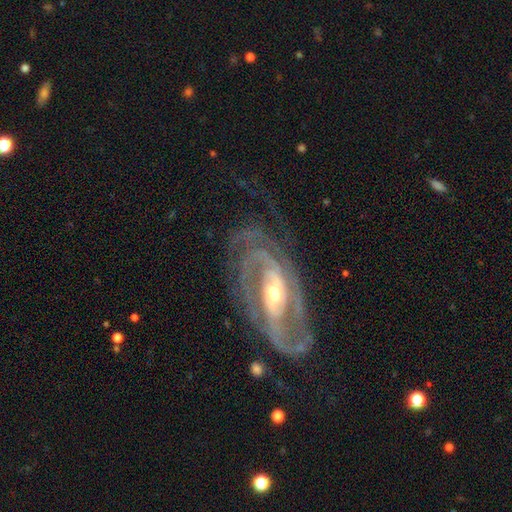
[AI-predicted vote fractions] smooth-or-featured: featured or disk: 91% | star or artifact: 5% | smooth: 4%
  disk-edge-on: no: 94% | yes: 6%
    bar: strong: 47% | weak: 33% | no: 20%
    has-spiral-arms: yes: 97% | no: 3%
      spiral-winding: tight: 50% | medium: 39% | loose: 10%
      spiral-arm-count: 2: 56% | 3: 16% | can't tell: 13% | 4: 6% | 1: 4% | more than 4: 4%
    bulge-size: moderate: 56% | small: 39% | large: 3% | none: 1% | dominant: 1%
  merging: none: 69% | minor disturbance: 17% | major disturbance: 11% | merger: 2%